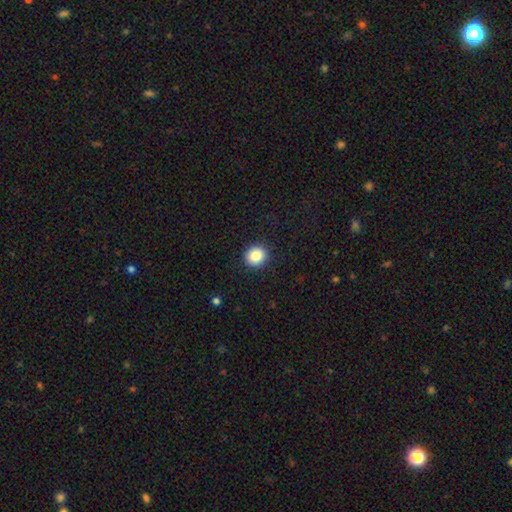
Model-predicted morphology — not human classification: smooth 86%, star or artifact 9%, featured or disk 4%. Down the decision tree: how rounded — round (88%); merging — none (92%).